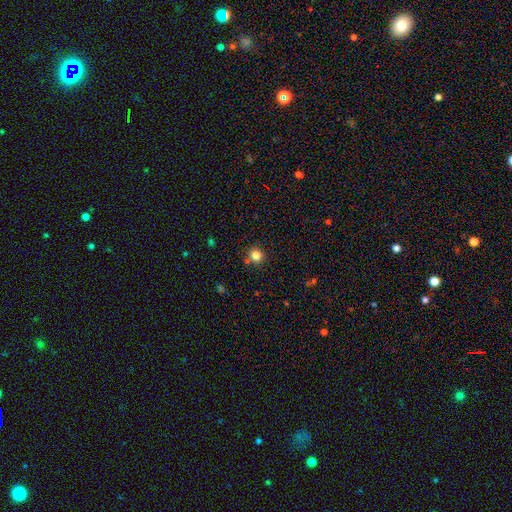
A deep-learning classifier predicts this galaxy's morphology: smooth 82%, star or artifact 13%, featured or disk 5%. Down the decision tree: how rounded — round (91%); merging — none (84%).